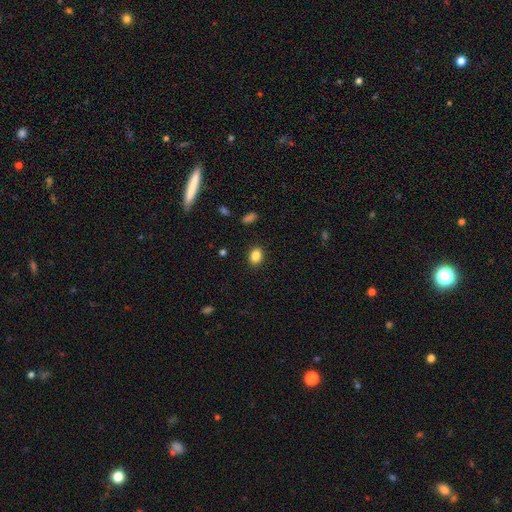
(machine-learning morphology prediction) Smooth or featured? Predicted: smooth (p=0.86). How rounded? Predicted: in between (p=0.69). Merging? Predicted: none (p=0.89).